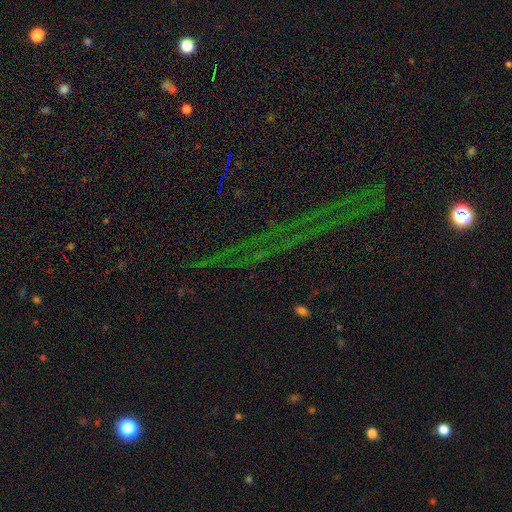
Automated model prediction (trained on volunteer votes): Q: Smooth or featured?
A: star or artifact (79%); runner-up: smooth (11%)